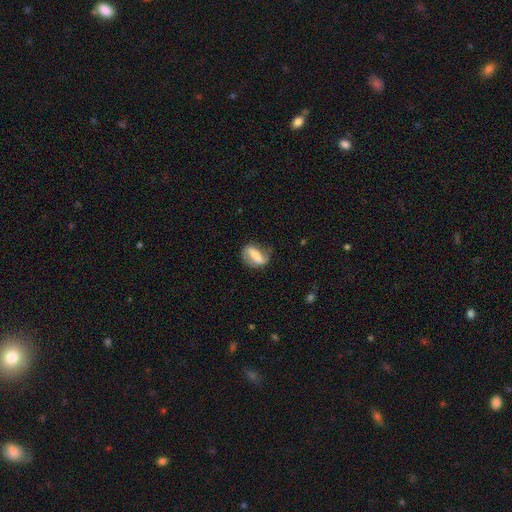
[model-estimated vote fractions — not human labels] featured or disk 50%, smooth 42%, star or artifact 8%. Down the decision tree: merging — none (59%).